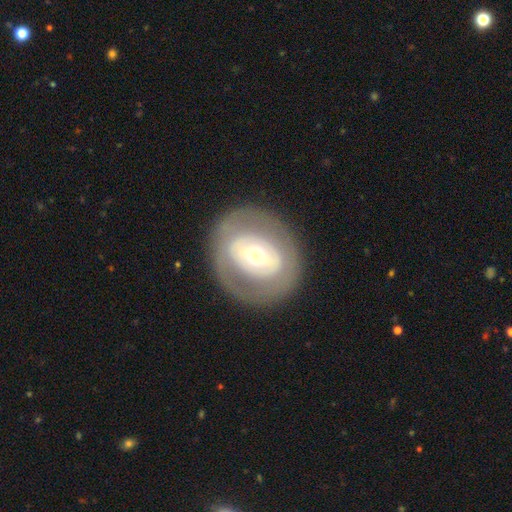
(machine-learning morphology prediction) Smooth or featured: featured or disk — 57% (smooth — 36%)
Edge-on disk: no — 93% (yes — 7%)
Bar: no — 53% (weak — 26%)
Spiral arms: no — 80% (yes — 20%)
Bulge size: moderate — 50% (small — 39%)
Merging: none — 80% (minor disturbance — 11%)